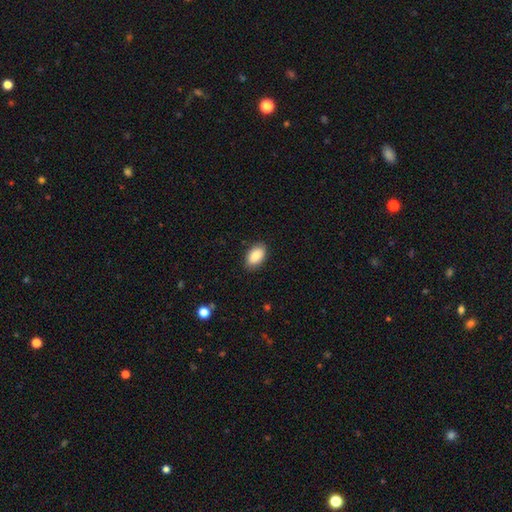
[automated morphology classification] smooth 87%, featured or disk 7%, star or artifact 6%. Down the decision tree: how rounded — in between (92%); merging — none (86%).